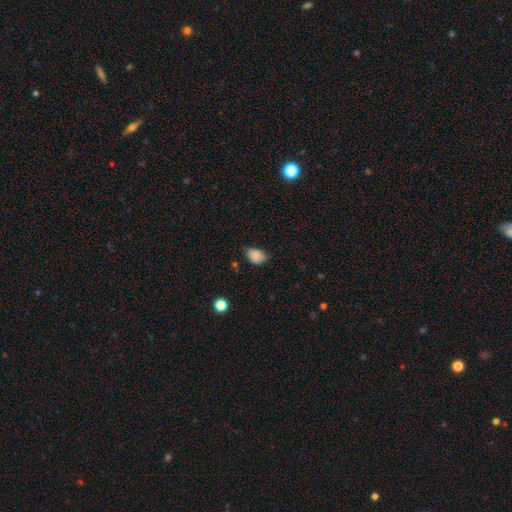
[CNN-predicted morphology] smooth 84%, star or artifact 9%, featured or disk 7%. Down the decision tree: how rounded — in between (74%); merging — none (65%).